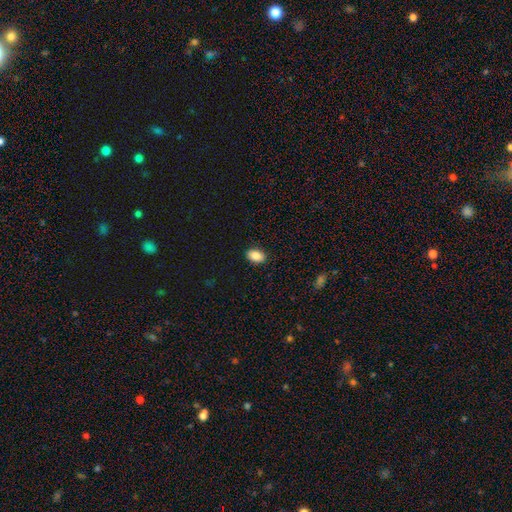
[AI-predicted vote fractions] This is clearly a smooth galaxy (86%). How rounded: clearly in between (86%). Merging: clearly none (89%).